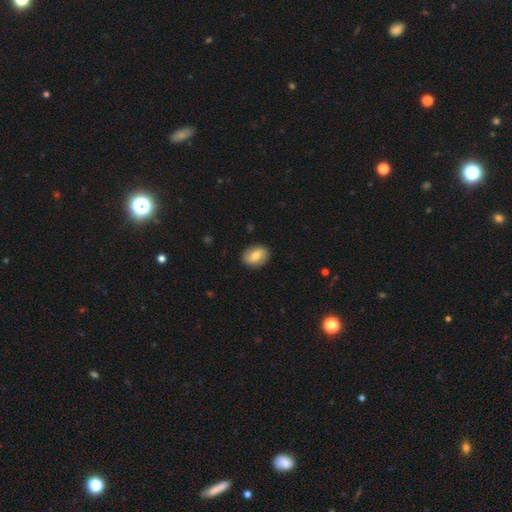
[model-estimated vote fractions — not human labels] The model was most divided on "smooth or featured": smooth: 70%, featured or disk: 23%, star or artifact: 7%. More confident: merging — none (87%); how rounded — in between (78%).